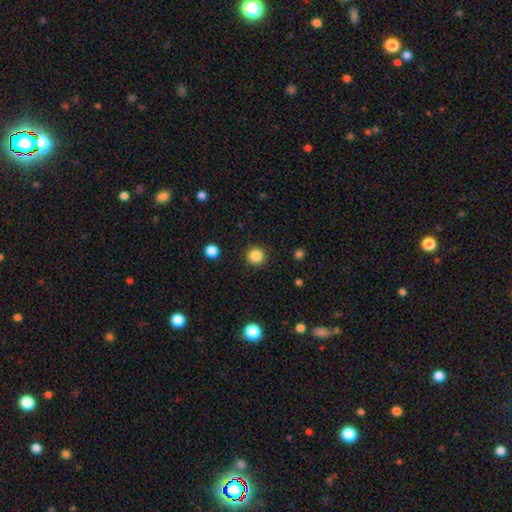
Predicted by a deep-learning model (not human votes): The model was most divided on "smooth or featured": smooth: 86%, star or artifact: 11%, featured or disk: 4%. More confident: how rounded — round (95%); merging — none (91%).